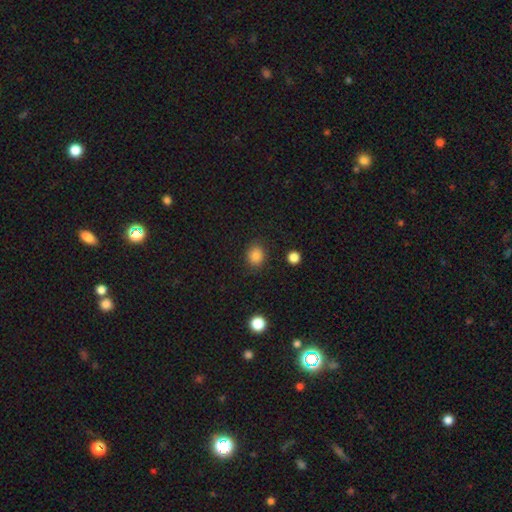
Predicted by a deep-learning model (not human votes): A smooth galaxy with no disk features (84%) that is round (72%). Merging: none (85%).